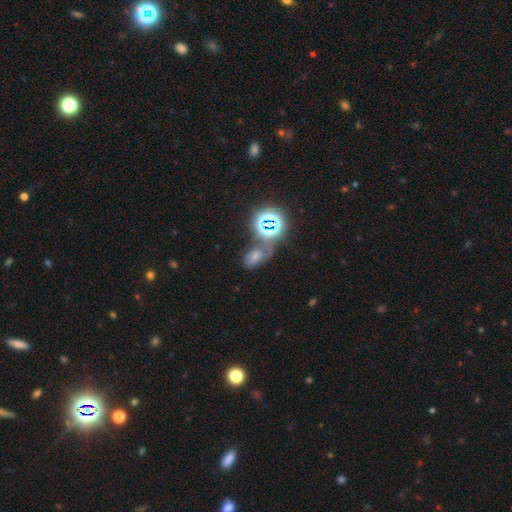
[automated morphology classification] A star or artifact, not a galaxy (53%).

Vote fractions:
- Smooth or featured? star or artifact: 53% / smooth: 31% / featured or disk: 17%